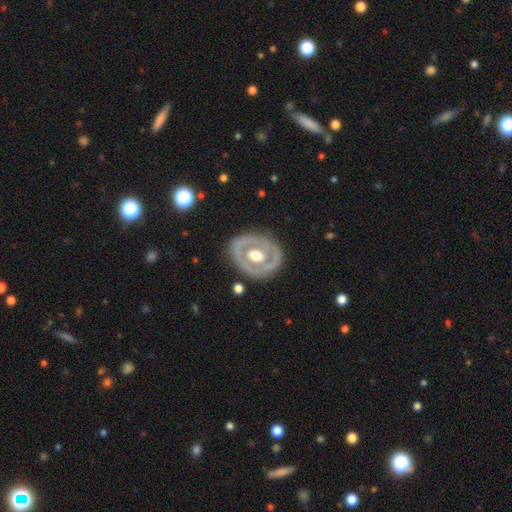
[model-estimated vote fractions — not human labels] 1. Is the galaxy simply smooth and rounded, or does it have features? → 70% featured or disk, 25% smooth, 4% star or artifact.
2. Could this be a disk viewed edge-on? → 95% no, 5% yes.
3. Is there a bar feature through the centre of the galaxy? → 73% no, 19% weak, 8% strong.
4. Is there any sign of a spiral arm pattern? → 79% no, 21% yes.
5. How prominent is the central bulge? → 56% moderate, 37% large, 4% small, 2% dominant, 1% none.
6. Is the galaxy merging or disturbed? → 79% none, 14% minor disturbance, 5% major disturbance, 2% merger.